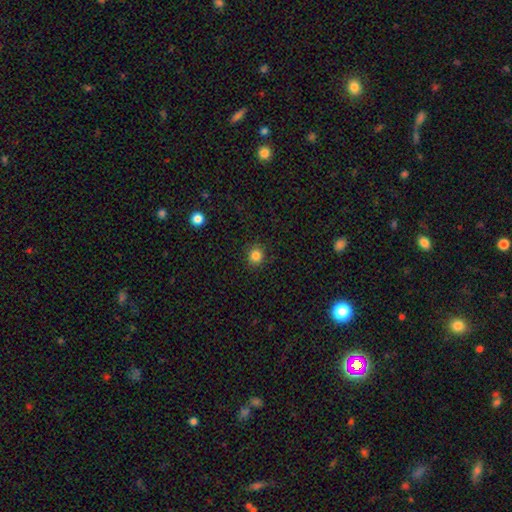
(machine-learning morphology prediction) smooth_or_featured: smooth (p=0.84) [alt: star or artifact p=0.12]
how_rounded: round (p=0.89) [alt: in between p=0.10]
merging: none (p=0.90) [alt: minor disturbance p=0.07]